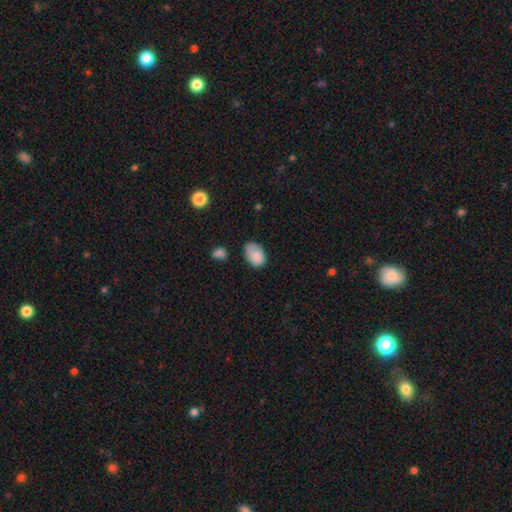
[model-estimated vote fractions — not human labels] Smooth or featured?
  - smooth: 85% *
  - star or artifact: 8%
  - featured or disk: 7%
How rounded?
  - in between: 86% *
  - round: 13%
  - cigar-shaped: 1%
Merging?
  - none: 57% *
  - minor disturbance: 31%
  - major disturbance: 8%
  - merger: 4%